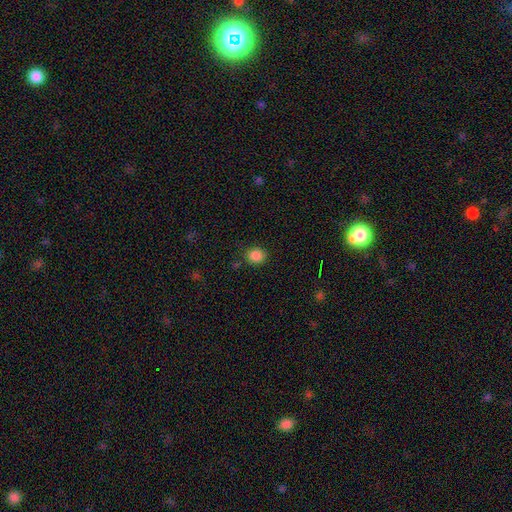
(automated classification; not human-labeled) A smooth galaxy with no disk features (86%) that is round (75%). Merging: none (85%).